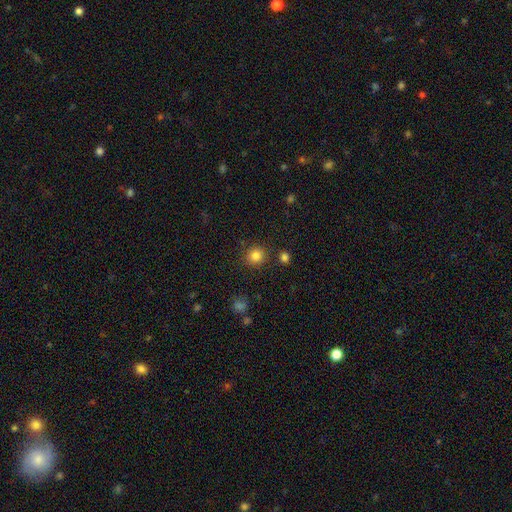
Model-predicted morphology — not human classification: smooth_or_featured: smooth (p=0.83) [alt: star or artifact p=0.12]
how_rounded: round (p=0.90) [alt: in between p=0.09]
merging: none (p=0.86) [alt: minor disturbance p=0.07]